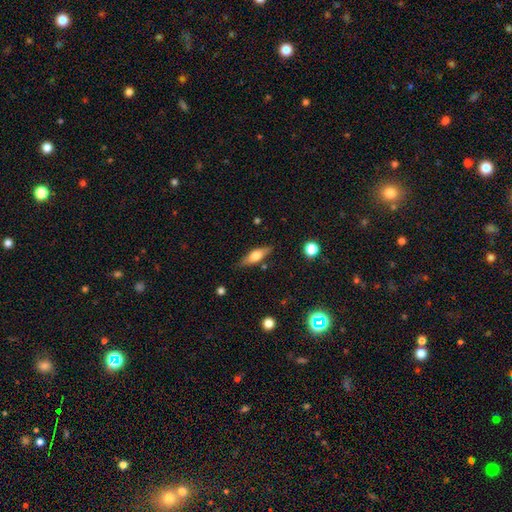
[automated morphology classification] type=smooth (49%); merging=none (82%).